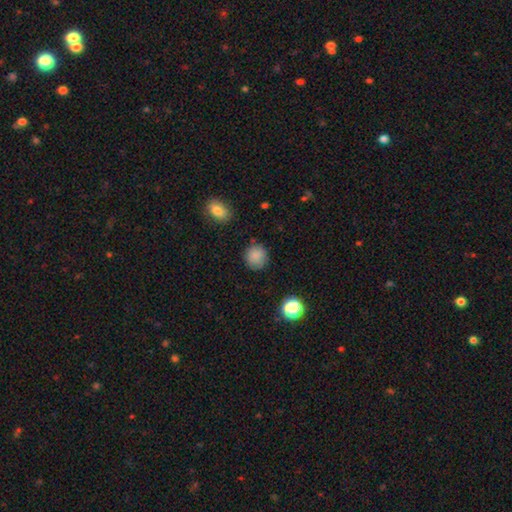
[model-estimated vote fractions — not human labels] Smooth or featured: smooth — 85% (star or artifact — 10%)
How rounded: round — 88% (in between — 11%)
Merging: none — 82% (minor disturbance — 12%)